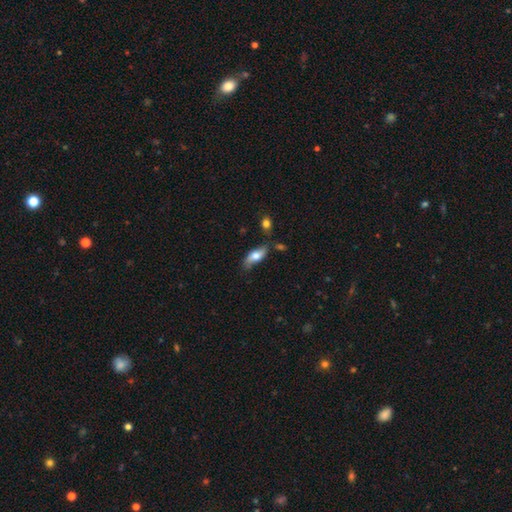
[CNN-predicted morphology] Q: Smooth or featured?
A: smooth (62%); runner-up: featured or disk (31%)
Q: How rounded?
A: in between (74%); runner-up: cigar-shaped (23%)
Q: Merging?
A: none (65%); runner-up: minor disturbance (23%)